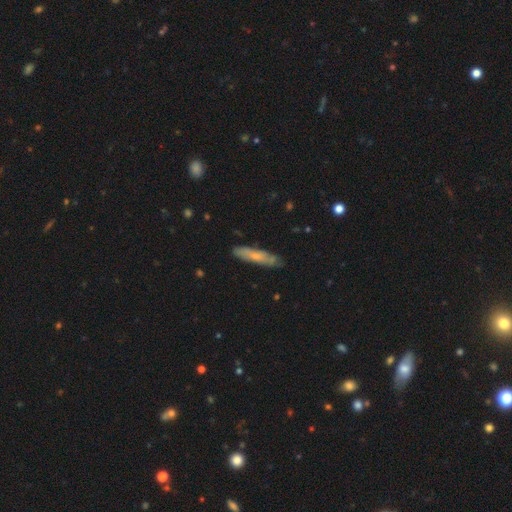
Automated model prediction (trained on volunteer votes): This appears to be a smooth galaxy with no disk features (57%) that is cigar-shaped (85%). Merging: none (79%).